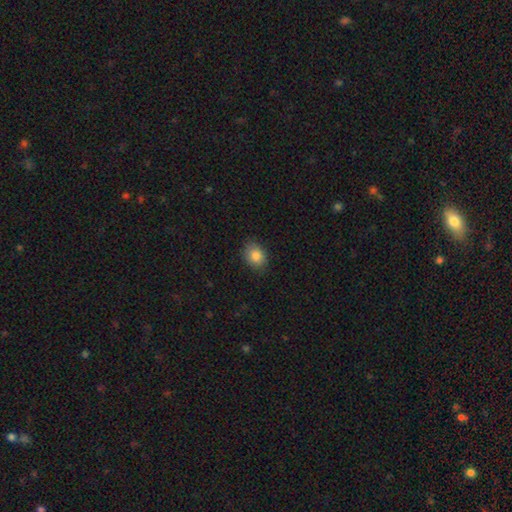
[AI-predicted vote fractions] smooth_or_featured: smooth (p=0.85) [alt: star or artifact p=0.09]
how_rounded: in between (p=0.62) [alt: round p=0.37]
merging: none (p=0.83) [alt: minor disturbance p=0.13]